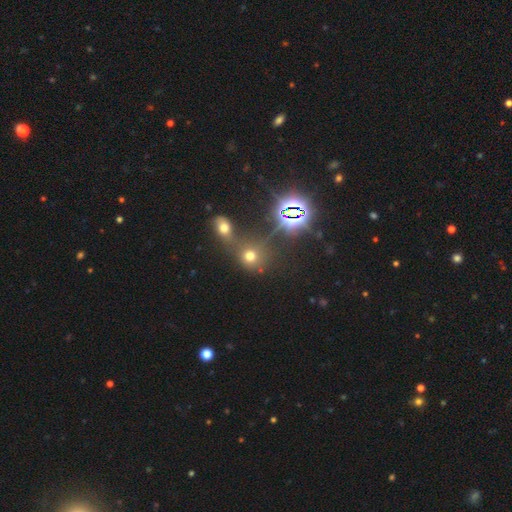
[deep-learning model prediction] smooth-or-featured: star or artifact: 56% | smooth: 33% | featured or disk: 11%